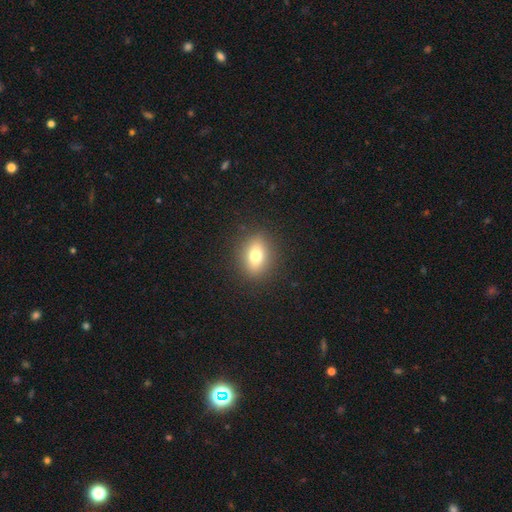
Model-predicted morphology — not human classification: smooth 74%, featured or disk 15%, star or artifact 11%. Down the decision tree: how rounded — in between (61%); merging — none (89%).